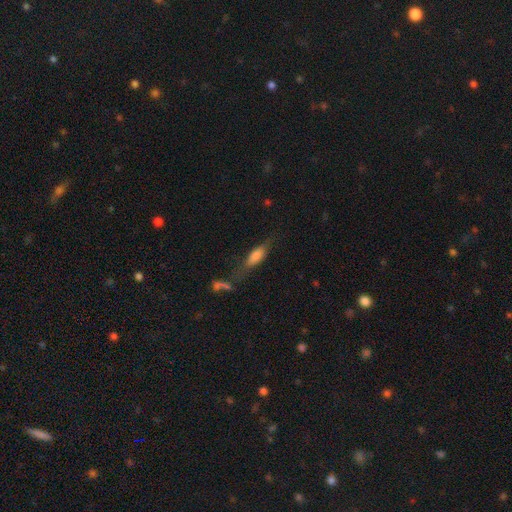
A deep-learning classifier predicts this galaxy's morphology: Smooth or featured? smooth (62%)
How rounded? in between (48%, tied with cigar-shaped)
Merging? none (51%)